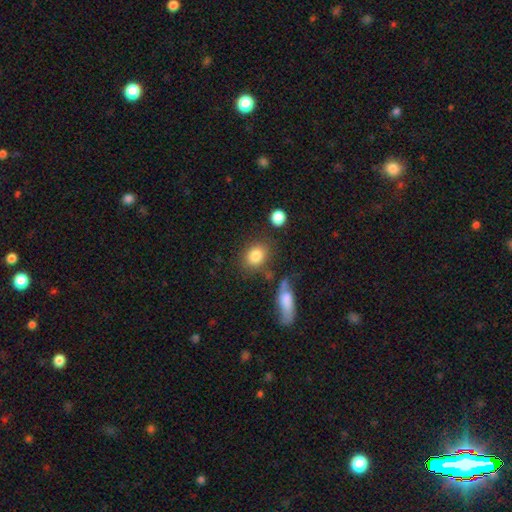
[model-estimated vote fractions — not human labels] This appears to be a smooth galaxy with no disk features (84%) that is in between round and cigar-shaped (53%). Merging: none (74%).